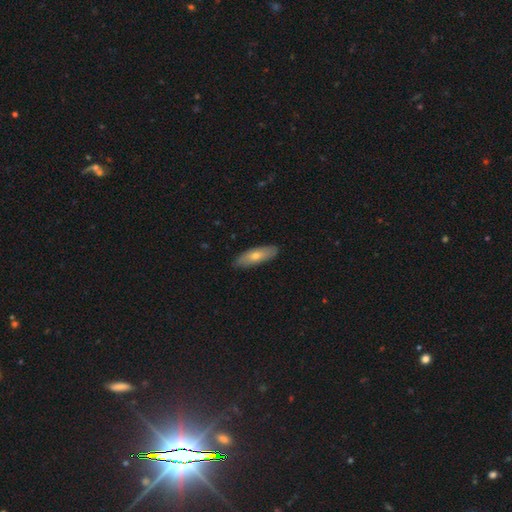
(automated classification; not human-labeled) This appears to be a smooth galaxy with no disk features (60%) that is in between round and cigar-shaped (50%). Merging: none (88%).